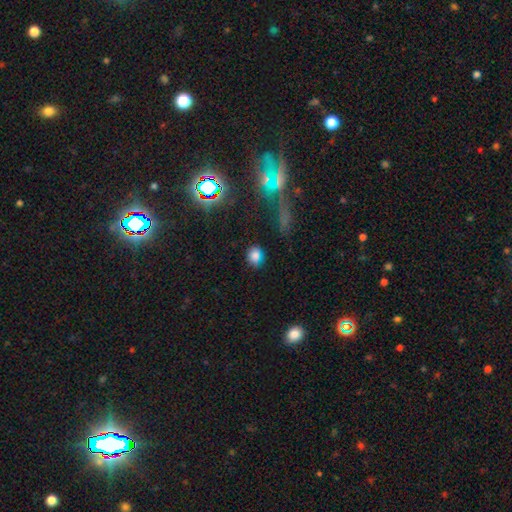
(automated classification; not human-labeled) Overall: smooth (73%). How rounded: round (50%; in between 48%). Merging: none (71%).